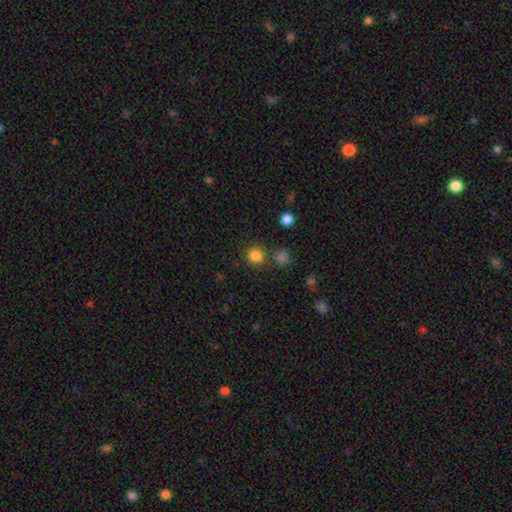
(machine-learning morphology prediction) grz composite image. It shows a smooth galaxy with no disk features (82%) that is round (92%). Merging: none (80%).